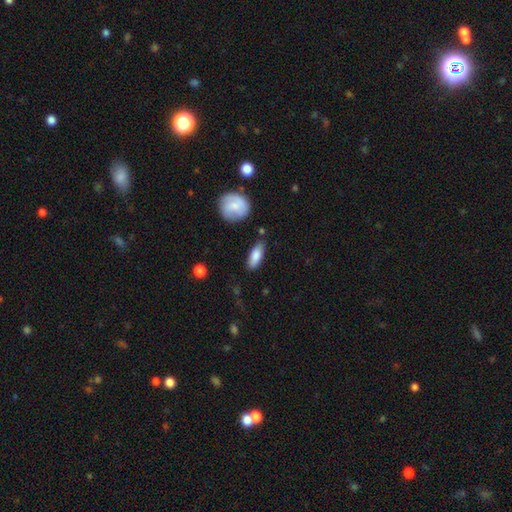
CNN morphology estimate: smooth-or-featured: smooth: 80% | featured or disk: 14% | star or artifact: 6%
  how-rounded: in between: 70% | cigar-shaped: 28% | round: 3%
  merging: none: 77% | minor disturbance: 16% | merger: 3% | major disturbance: 3%